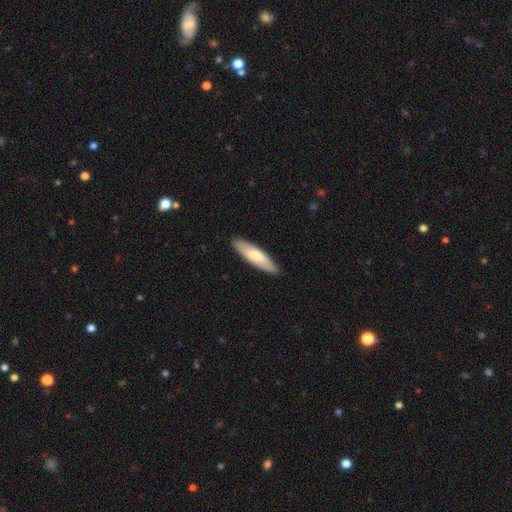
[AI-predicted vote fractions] Overall: smooth (68%). How rounded: cigar-shaped (66%; in between 32%). Merging: none (89%).